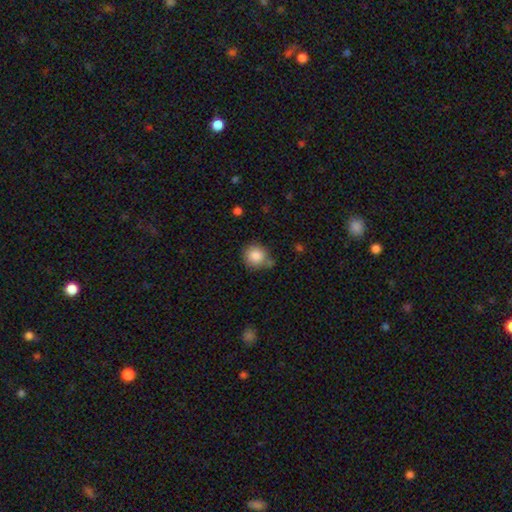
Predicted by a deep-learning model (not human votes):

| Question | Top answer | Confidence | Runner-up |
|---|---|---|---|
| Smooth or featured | smooth | 86% | star or artifact (9%) |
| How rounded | round | 90% | in between (9%) |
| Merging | none | 69% | minor disturbance (19%) |